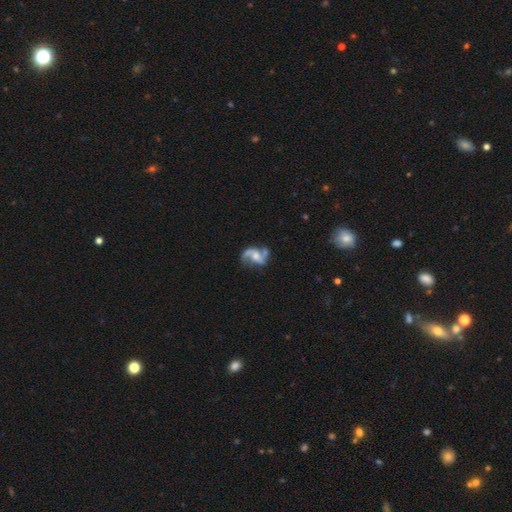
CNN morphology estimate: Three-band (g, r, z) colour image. It shows a featured or disk galaxy (80%) with no bar (49%), 2 (83%) loose (60%) spiral arms (92%) and a moderate central bulge (48%). Merging: none (49%).